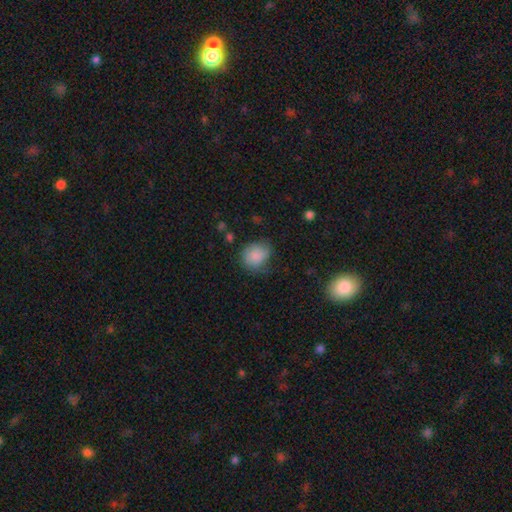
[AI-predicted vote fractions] smooth 82%, featured or disk 10%, star or artifact 8%. Down the decision tree: how rounded — round (67%); merging — none (57%).